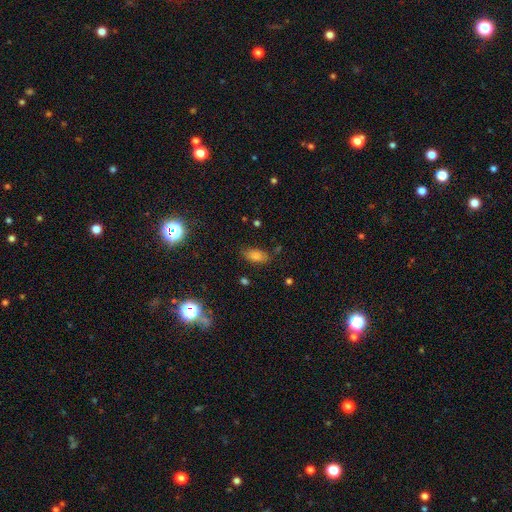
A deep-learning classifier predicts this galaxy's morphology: smooth-or-featured: smooth: 79% | star or artifact: 12% | featured or disk: 9%
  how-rounded: in between: 89% | cigar-shaped: 8% | round: 4%
  merging: none: 80% | minor disturbance: 14% | major disturbance: 4% | merger: 2%